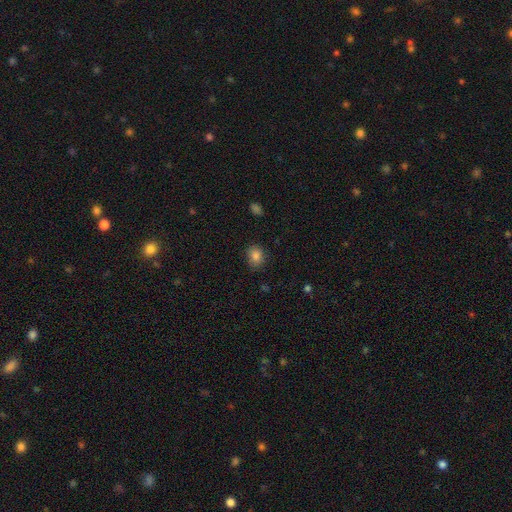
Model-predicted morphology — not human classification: smooth 84%, star or artifact 10%, featured or disk 6%. Down the decision tree: how rounded — round (55%); merging — none (79%).